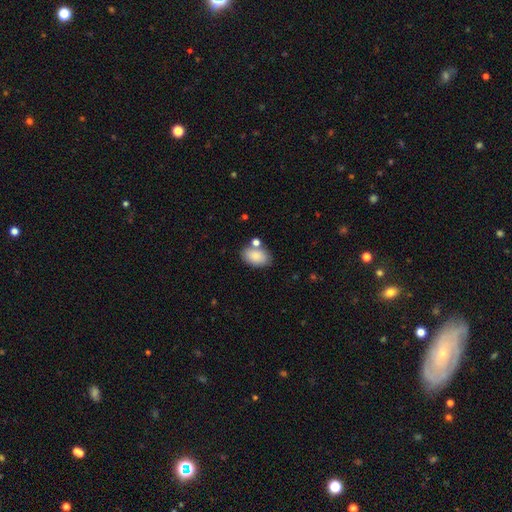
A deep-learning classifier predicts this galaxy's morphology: This appears to be a smooth galaxy with no disk features (86%) that is in between round and cigar-shaped (90%). Merging: none (67%).